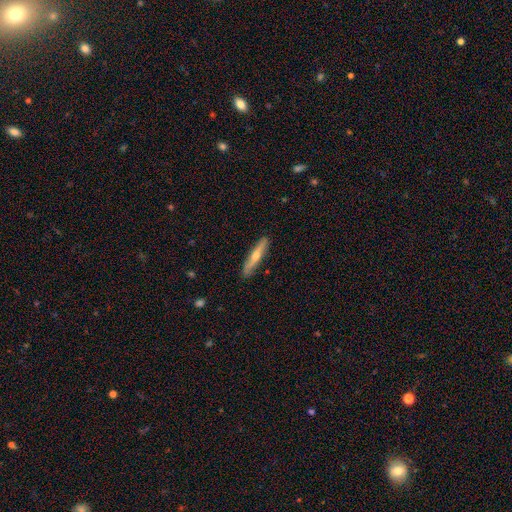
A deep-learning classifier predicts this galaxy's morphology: A featured or disk galaxy (57%) viewed edge-on (91%) with a rounded central bulge (89%).

Vote fractions:
- Smooth or featured? featured or disk: 57% / smooth: 37% / star or artifact: 6%
- Edge-on disk? yes: 91% / no: 9%
- Edge-on bulge? rounded: 89% / none: 8% / boxy: 2%
- Merging? none: 89% / minor disturbance: 8% / major disturbance: 2% / merger: 1%